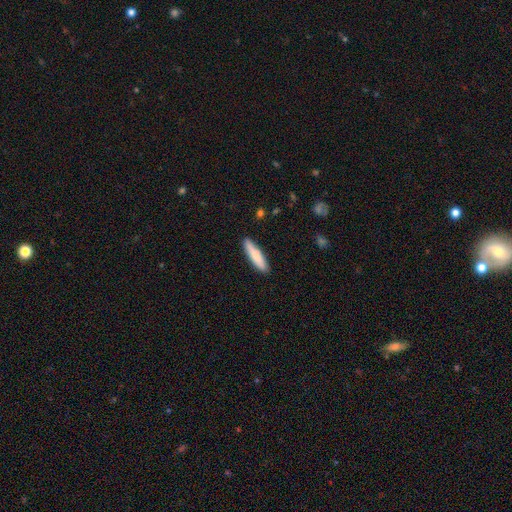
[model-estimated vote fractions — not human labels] Smooth or featured? Predicted: smooth (p=0.79). How rounded? Predicted: cigar-shaped (p=0.80). Merging? Predicted: none (p=0.87).